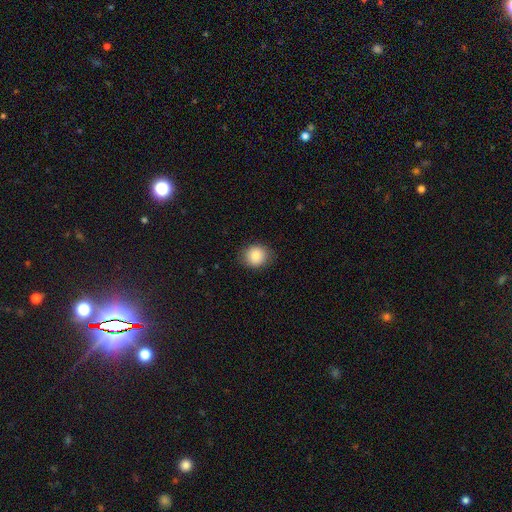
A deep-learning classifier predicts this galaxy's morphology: Overall: smooth (86%). How rounded: round (73%). Merging: none (84%).